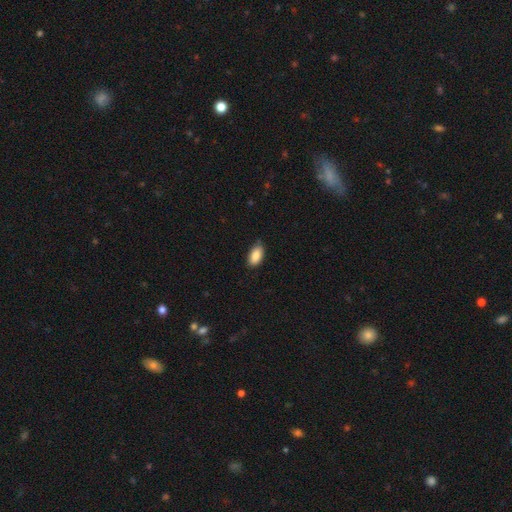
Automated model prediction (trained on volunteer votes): Q: Smooth or featured?
A: smooth (87%); runner-up: star or artifact (7%)
Q: How rounded?
A: in between (93%); runner-up: cigar-shaped (4%)
Q: Merging?
A: none (80%); runner-up: minor disturbance (17%)